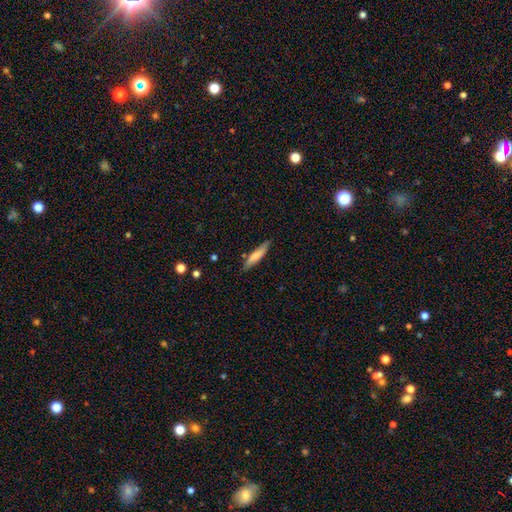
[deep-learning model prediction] smooth 72%, featured or disk 22%, star or artifact 6%. Down the decision tree: how rounded — cigar-shaped (84%); merging — none (83%).